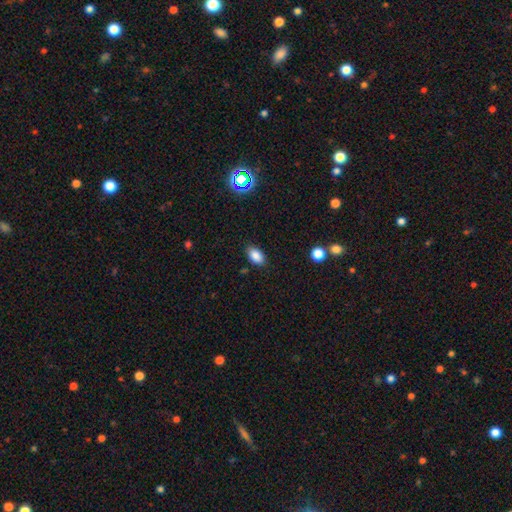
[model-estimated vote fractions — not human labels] smooth-or-featured: smooth: 85% | star or artifact: 10% | featured or disk: 5%
  how-rounded: in between: 90% | round: 8% | cigar-shaped: 2%
  merging: none: 86% | minor disturbance: 10% | major disturbance: 3% | merger: 1%